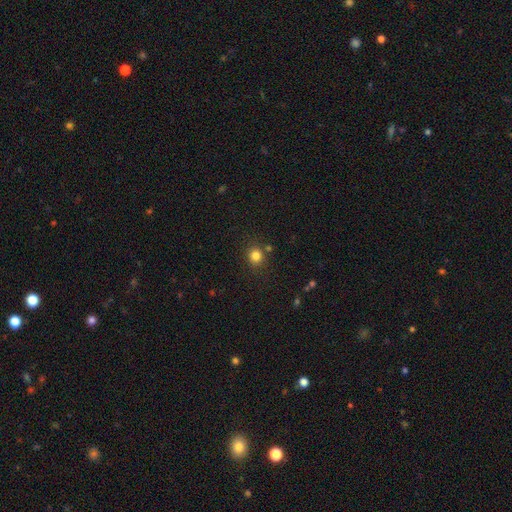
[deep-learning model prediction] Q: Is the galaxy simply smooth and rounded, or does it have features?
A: smooth — 81%.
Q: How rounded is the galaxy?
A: round — 82%.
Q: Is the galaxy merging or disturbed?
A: none — 82%.